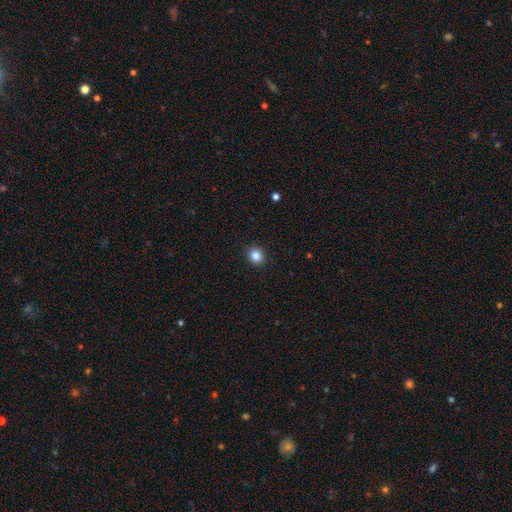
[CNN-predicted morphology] Q: Smooth or featured?
A: smooth (86%); runner-up: star or artifact (10%)
Q: How rounded?
A: round (72%); runner-up: in between (28%)
Q: Merging?
A: none (90%); runner-up: minor disturbance (7%)